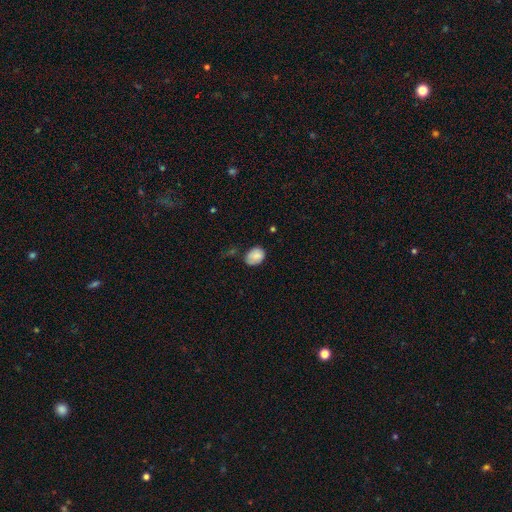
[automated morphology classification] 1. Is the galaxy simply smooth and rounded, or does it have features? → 84% smooth, 8% star or artifact, 8% featured or disk.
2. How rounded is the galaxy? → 62% in between, 37% round, 1% cigar-shaped.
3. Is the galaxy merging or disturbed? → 64% none, 27% minor disturbance, 6% major disturbance, 3% merger.